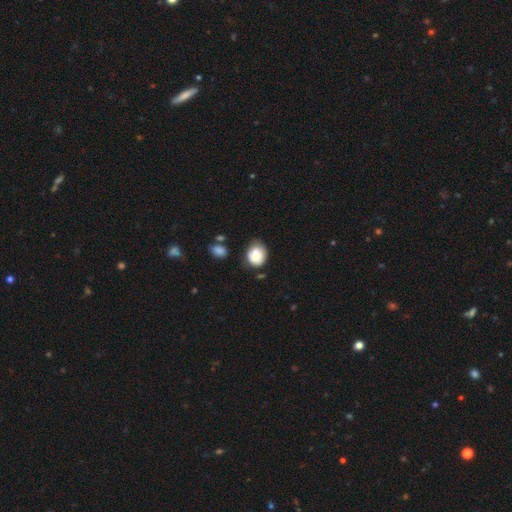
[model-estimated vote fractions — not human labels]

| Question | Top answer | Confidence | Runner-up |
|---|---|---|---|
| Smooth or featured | smooth | 82% | featured or disk (10%) |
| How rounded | round | 55% | in between (44%) |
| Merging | none | 55% | minor disturbance (31%) |